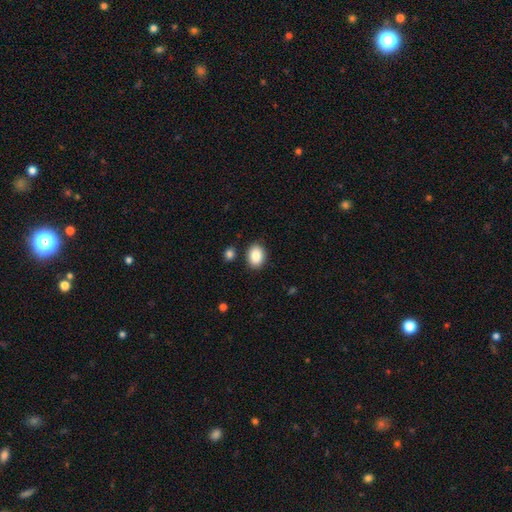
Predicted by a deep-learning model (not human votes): A smooth galaxy with no disk features (88%) that is in between round and cigar-shaped (70%). Merging: none (85%).